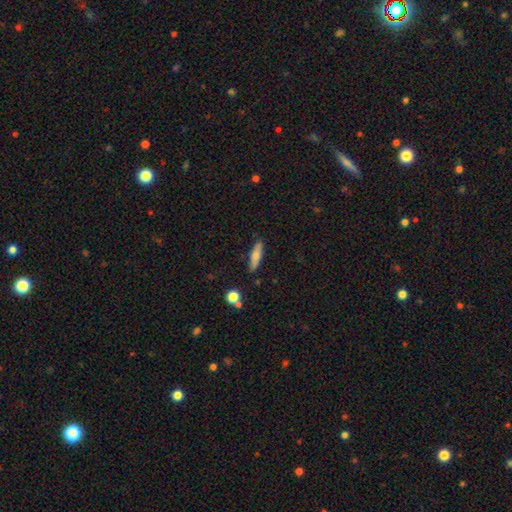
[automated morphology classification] This appears to be a smooth galaxy with no disk features (67%) that is cigar-shaped (75%). Merging: none (85%).